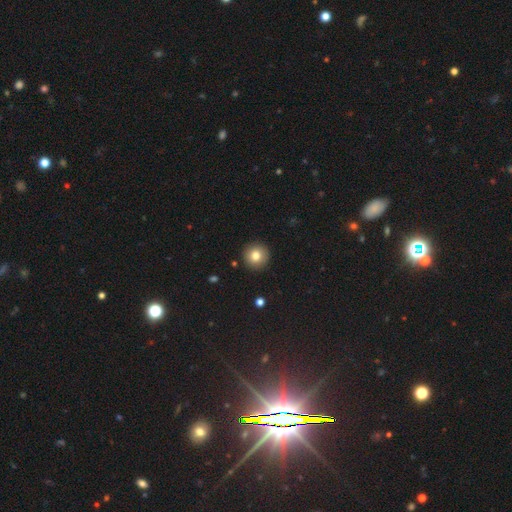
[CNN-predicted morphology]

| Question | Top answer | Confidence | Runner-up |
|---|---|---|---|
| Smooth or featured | smooth | 81% | star or artifact (10%) |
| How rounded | round | 96% | in between (4%) |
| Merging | none | 92% | minor disturbance (5%) |